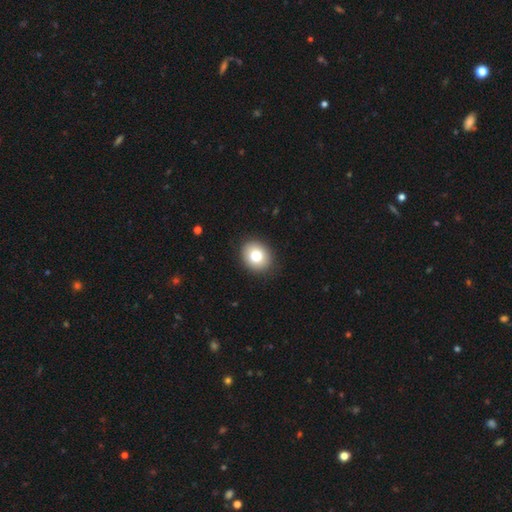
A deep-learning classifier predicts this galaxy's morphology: This is likely a smooth galaxy (78%). How rounded: possibly round (58%). Merging: clearly none (90%).